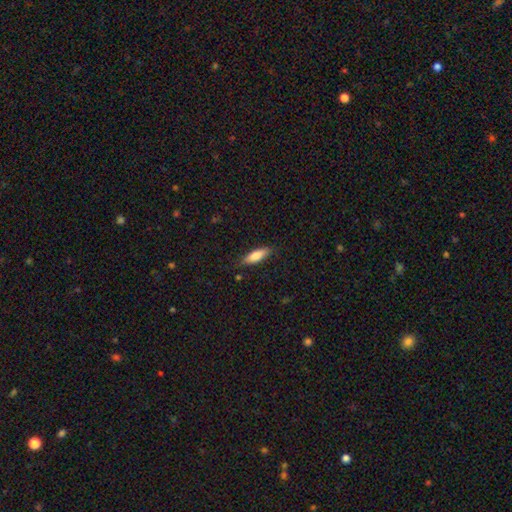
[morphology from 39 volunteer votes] Overall: smooth (79%). How rounded: in between (58%; cigar-shaped 42%). Merging: none (87%).